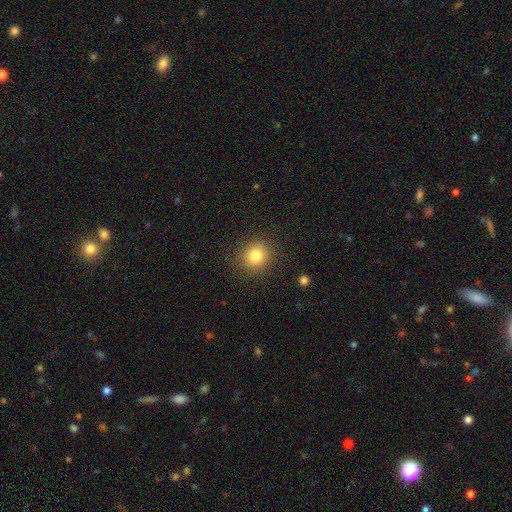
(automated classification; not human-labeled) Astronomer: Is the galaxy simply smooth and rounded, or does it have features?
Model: smooth — 82%.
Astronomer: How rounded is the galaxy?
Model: round — 88%.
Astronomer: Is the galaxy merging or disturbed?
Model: none — 87%.